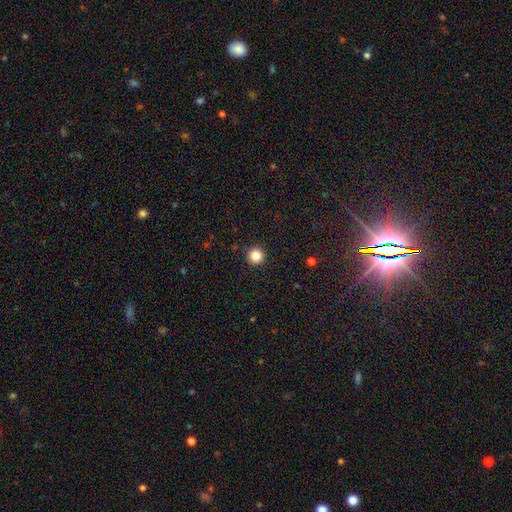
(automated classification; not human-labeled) This is clearly a smooth galaxy (86%). How rounded: clearly round (96%). Merging: clearly none (94%).